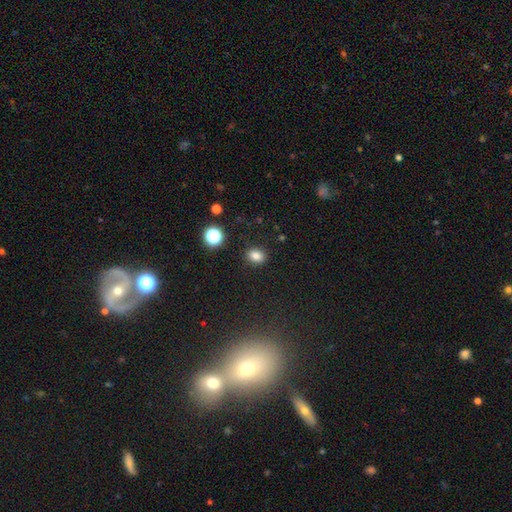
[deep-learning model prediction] Smooth or featured? smooth (82%)
How rounded? in between (58%)
Merging? none (86%)